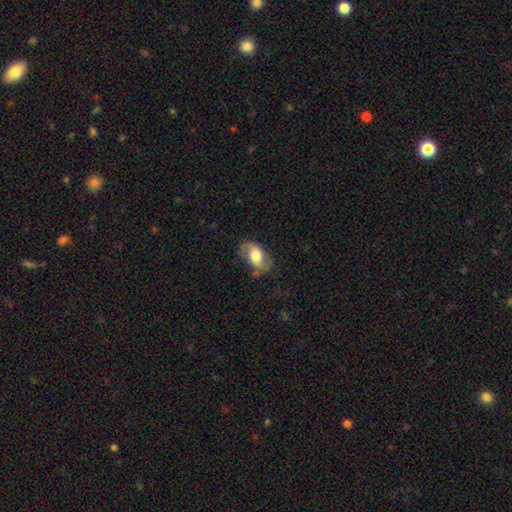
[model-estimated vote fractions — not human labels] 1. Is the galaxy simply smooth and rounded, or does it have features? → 48% smooth, 45% featured or disk, 7% star or artifact.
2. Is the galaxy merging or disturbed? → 61% none, 25% minor disturbance, 12% major disturbance, 3% merger.